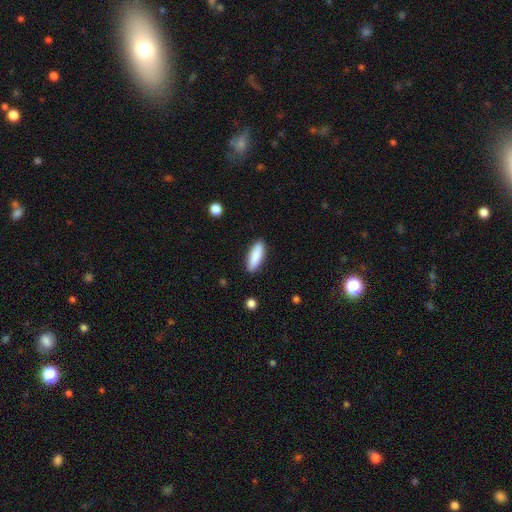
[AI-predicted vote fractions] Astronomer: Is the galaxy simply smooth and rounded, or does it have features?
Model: smooth — 87%.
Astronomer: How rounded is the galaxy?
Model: cigar-shaped — 50% (runner-up: in between, 49%).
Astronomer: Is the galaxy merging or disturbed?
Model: none — 89%.